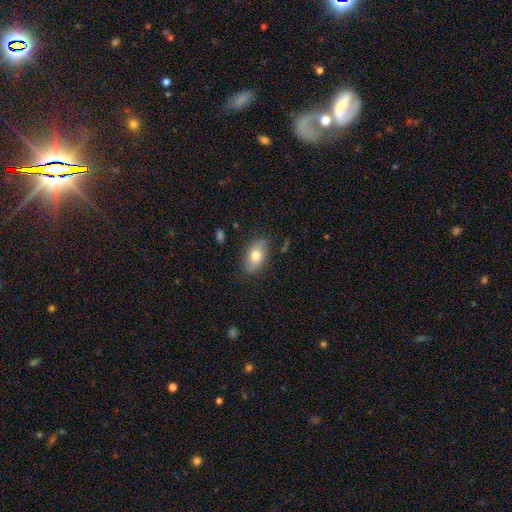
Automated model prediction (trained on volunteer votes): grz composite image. It shows a smooth galaxy with no disk features (70%) that is in between round and cigar-shaped (91%). Merging: none (81%).